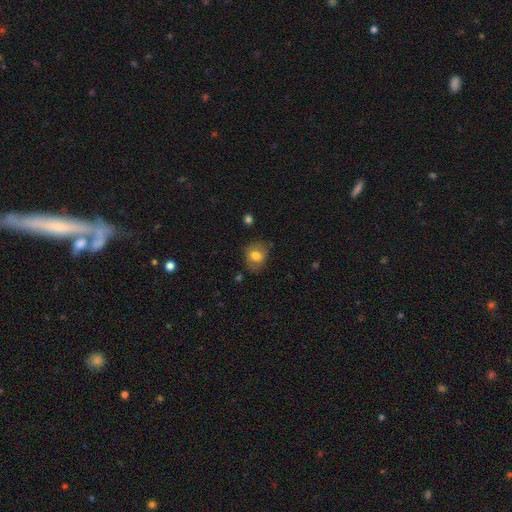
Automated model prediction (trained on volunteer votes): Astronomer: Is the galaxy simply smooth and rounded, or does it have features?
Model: smooth — 72%.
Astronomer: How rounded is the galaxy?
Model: round — 53% (runner-up: in between, 46%).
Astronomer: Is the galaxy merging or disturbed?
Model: none — 68%.